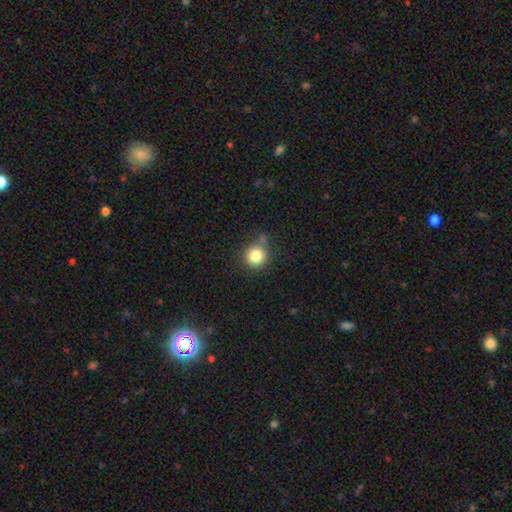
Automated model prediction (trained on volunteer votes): This appears to be a smooth galaxy with no disk features (83%) that is round (91%). Merging: none (66%).